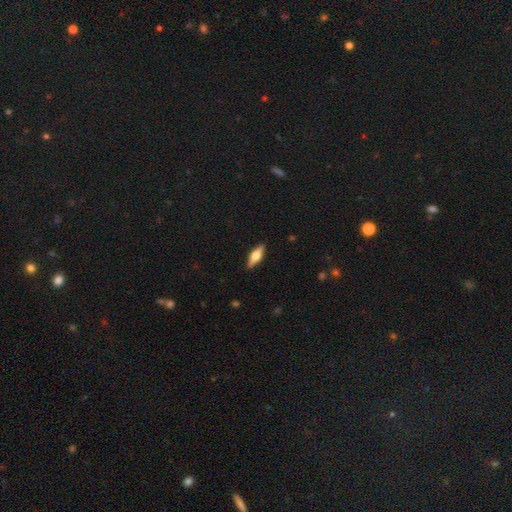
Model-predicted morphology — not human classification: Q: Smooth or featured?
A: featured or disk (48%); runner-up: smooth (46%)
Q: Merging?
A: none (89%); runner-up: minor disturbance (8%)